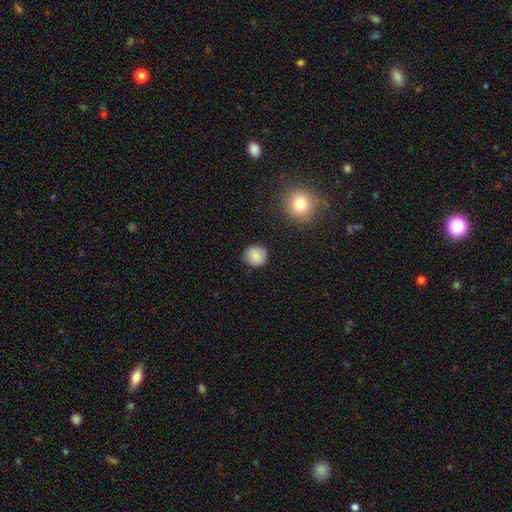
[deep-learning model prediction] The model was most divided on "smooth or featured": smooth: 86%, star or artifact: 9%, featured or disk: 5%. More confident: how rounded — round (91%); merging — none (89%).